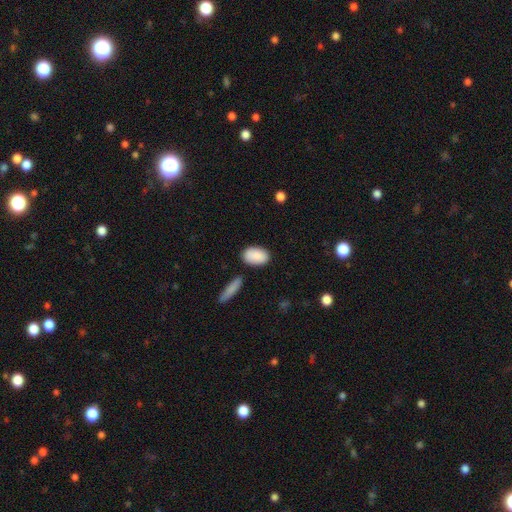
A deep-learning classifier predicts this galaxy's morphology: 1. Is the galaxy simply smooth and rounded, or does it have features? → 89% smooth, 6% star or artifact, 5% featured or disk.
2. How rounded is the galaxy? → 92% in between, 6% round, 2% cigar-shaped.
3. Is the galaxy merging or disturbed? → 80% none, 11% minor disturbance, 5% merger, 3% major disturbance.